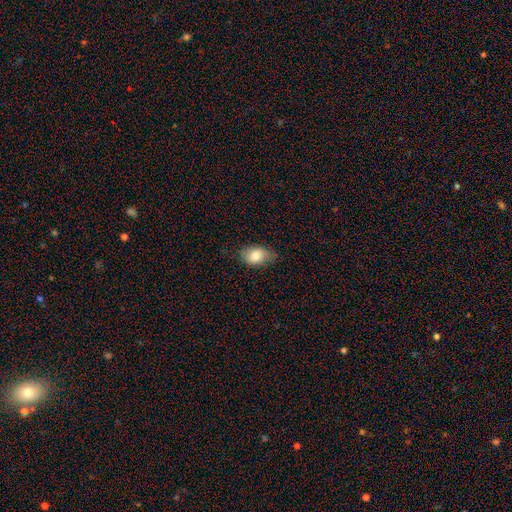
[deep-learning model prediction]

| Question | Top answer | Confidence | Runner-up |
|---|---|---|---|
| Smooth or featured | smooth | 80% | featured or disk (13%) |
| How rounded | in between | 84% | round (15%) |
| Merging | none | 70% | minor disturbance (25%) |